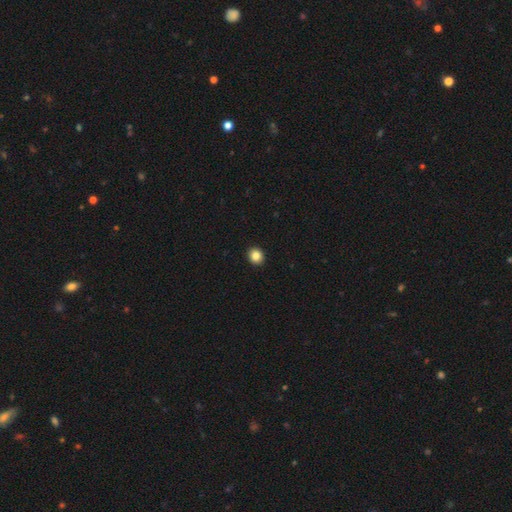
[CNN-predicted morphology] smooth-or-featured: smooth: 85% | star or artifact: 10% | featured or disk: 5%
  how-rounded: round: 78% | in between: 21% | cigar-shaped: 1%
  merging: none: 93% | minor disturbance: 5% | major disturbance: 1% | merger: 1%